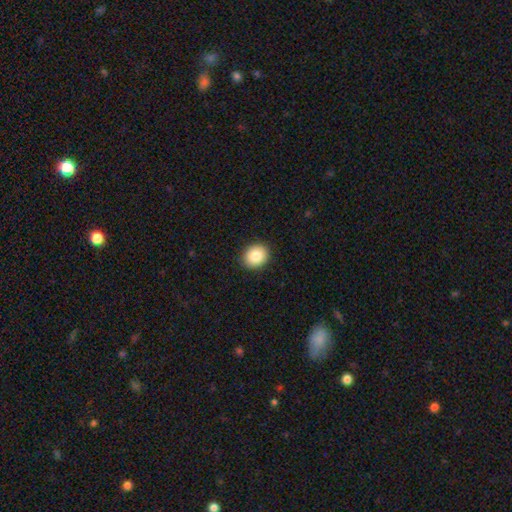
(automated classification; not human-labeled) Smooth or featured? smooth (86%)
How rounded? round (63%)
Merging? none (90%)